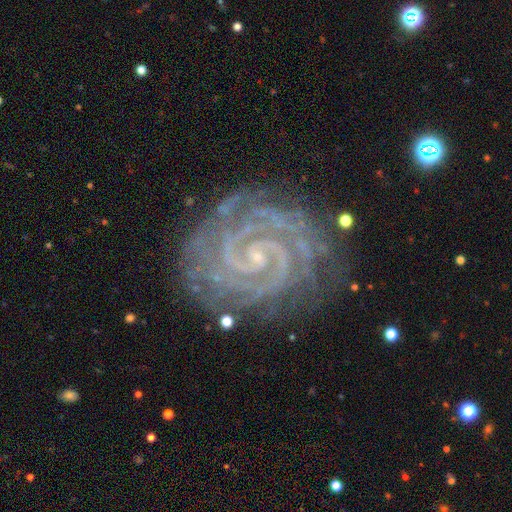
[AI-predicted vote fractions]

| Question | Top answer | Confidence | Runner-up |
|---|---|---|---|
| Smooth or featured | featured or disk | 91% | star or artifact (6%) |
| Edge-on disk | no | 98% | yes (2%) |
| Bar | no | 46% | weak (36%) |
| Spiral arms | yes | 99% | no (1%) |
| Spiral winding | tight | 85% | medium (13%) |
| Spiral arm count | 2 | 64% | 3 (13%) |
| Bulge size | small | 82% | moderate (10%) |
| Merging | none | 82% | minor disturbance (13%) |